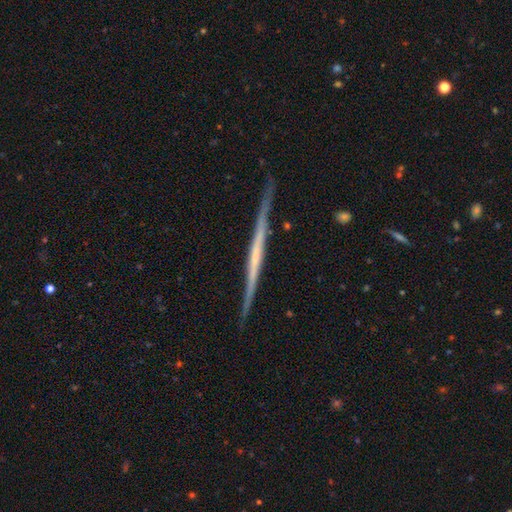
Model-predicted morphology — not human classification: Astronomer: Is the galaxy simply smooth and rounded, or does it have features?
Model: featured or disk — 72%.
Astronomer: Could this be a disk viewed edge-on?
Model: yes — 98%.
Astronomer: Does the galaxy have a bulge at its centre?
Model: none — 79%.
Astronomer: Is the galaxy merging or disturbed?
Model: none — 85%.